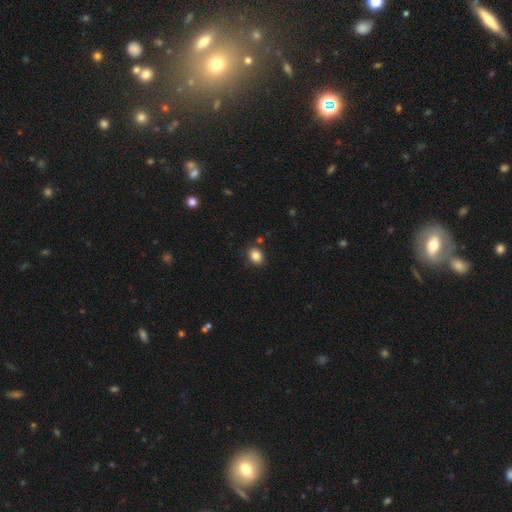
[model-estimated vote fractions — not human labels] smooth 86%, star or artifact 10%, featured or disk 5%. Down the decision tree: how rounded — in between (63%); merging — none (84%).